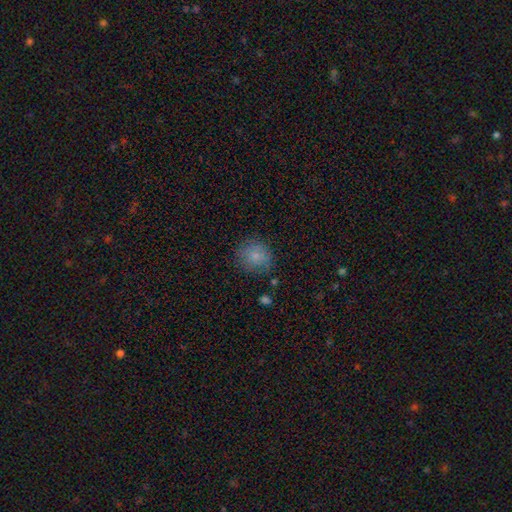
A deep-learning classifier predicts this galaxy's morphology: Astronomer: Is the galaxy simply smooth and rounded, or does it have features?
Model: smooth — 81%.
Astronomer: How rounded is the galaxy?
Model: round — 85%.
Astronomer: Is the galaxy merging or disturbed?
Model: none — 78%.